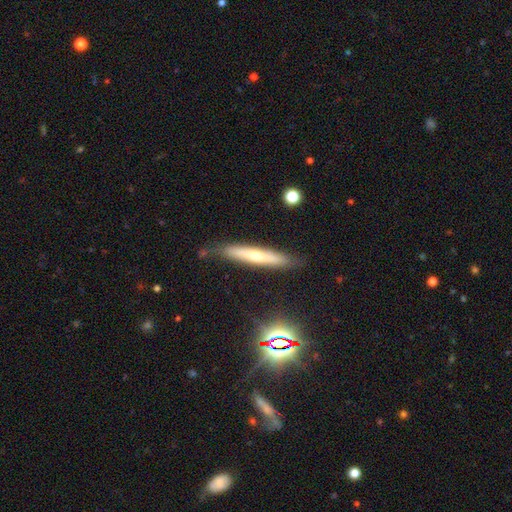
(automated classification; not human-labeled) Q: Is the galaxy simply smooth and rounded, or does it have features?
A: smooth — 46%, tied with featured or disk.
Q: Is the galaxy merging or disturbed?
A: none — 82%.